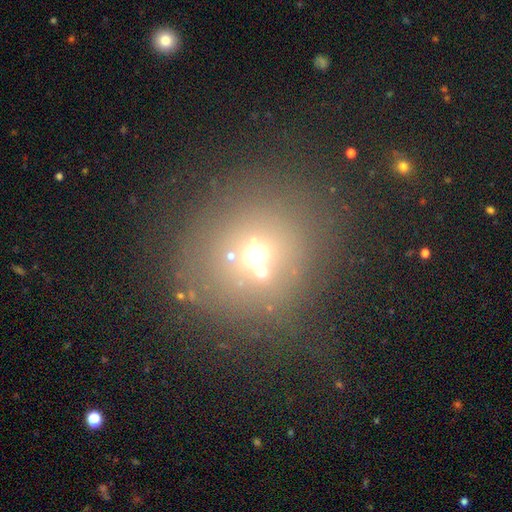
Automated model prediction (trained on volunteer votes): Overall: smooth (56%; star or artifact 30%). How rounded: round (88%). Merging: none (71%).